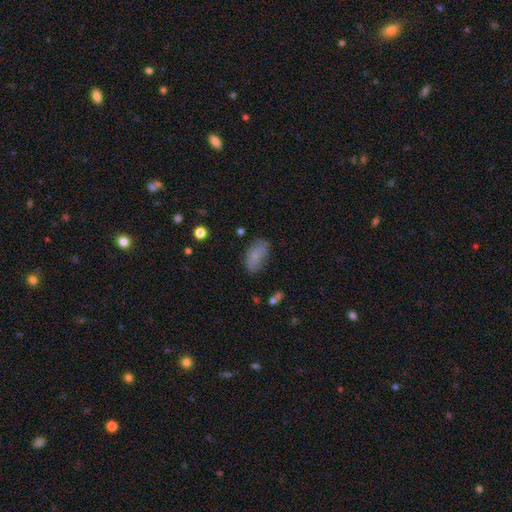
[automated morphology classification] Smooth or featured? smooth (77%)
How rounded? in between (92%)
Merging? none (67%)